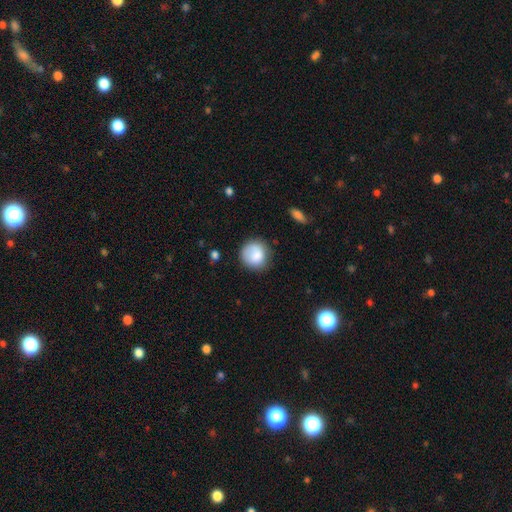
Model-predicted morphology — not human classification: A smooth galaxy with no disk features (85%) that is round (90%).

Vote fractions:
- Smooth or featured? smooth: 85% / featured or disk: 8% / star or artifact: 7%
- How rounded? round: 90% / in between: 9% / cigar-shaped: 1%
- Merging? none: 75% / minor disturbance: 17% / major disturbance: 6% / merger: 2%